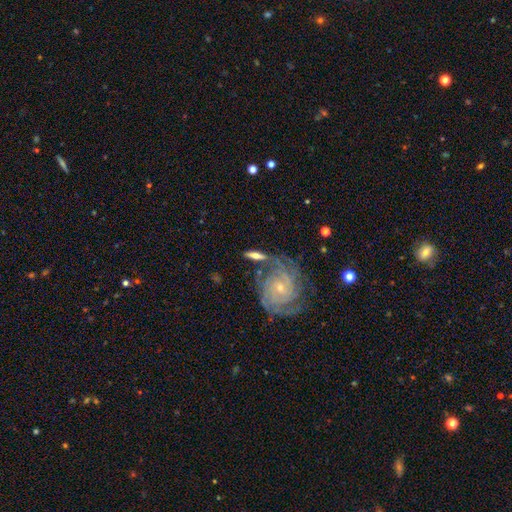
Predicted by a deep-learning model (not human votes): A featured or disk galaxy (58%).

Vote fractions:
- Smooth or featured? featured or disk: 58% / smooth: 34% / star or artifact: 8%
- Edge-on disk? no: 72% / yes: 28%
- Merging? none: 59% / merger: 16% / minor disturbance: 16% / major disturbance: 8%